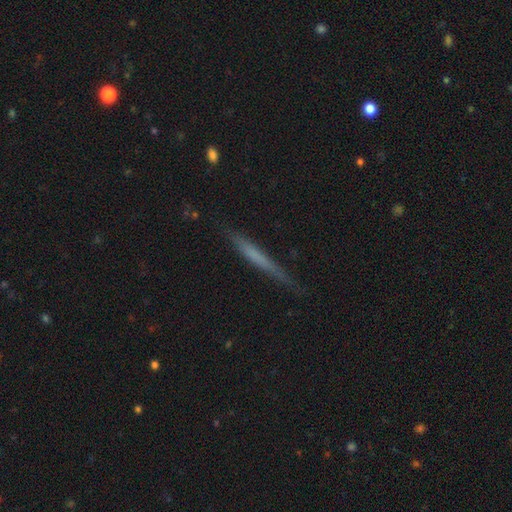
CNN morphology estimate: This is possibly a smooth galaxy (51%). How rounded: clearly cigar-shaped (96%). Merging: clearly none (80%).